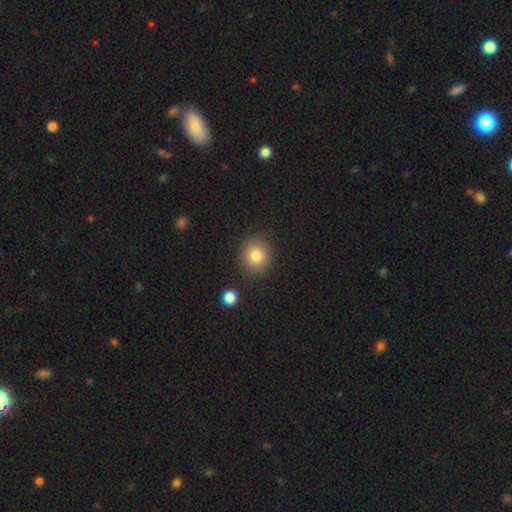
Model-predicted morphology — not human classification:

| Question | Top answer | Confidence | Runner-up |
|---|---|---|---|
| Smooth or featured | smooth | 83% | star or artifact (10%) |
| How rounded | round | 83% | in between (16%) |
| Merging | none | 85% | minor disturbance (9%) |